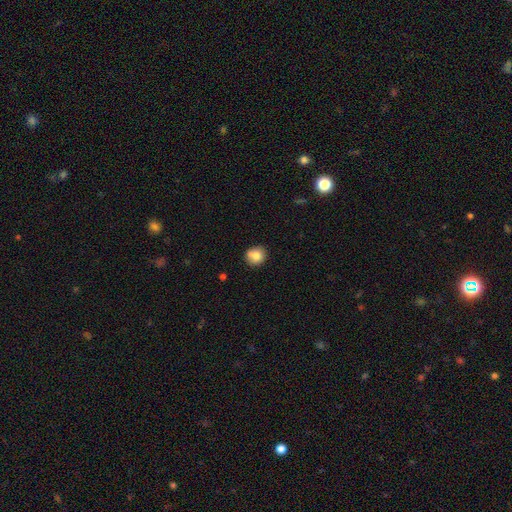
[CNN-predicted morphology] smooth-or-featured: smooth: 81% | star or artifact: 9% | featured or disk: 9%
  how-rounded: round: 87% | in between: 12% | cigar-shaped: 1%
  merging: none: 77% | minor disturbance: 15% | merger: 5% | major disturbance: 3%